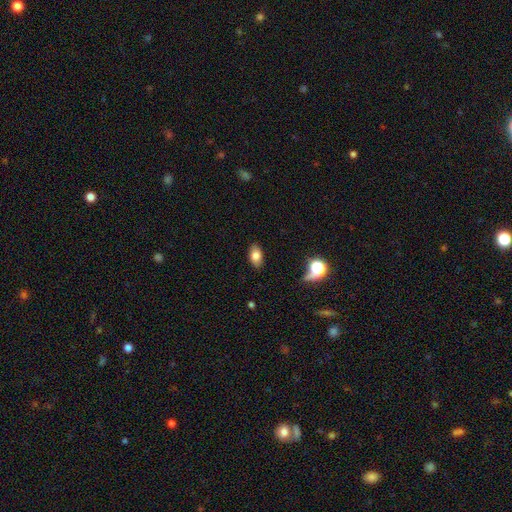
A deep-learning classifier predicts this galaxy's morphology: This is likely a smooth galaxy (77%). How rounded: clearly in between (89%). Merging: clearly none (85%).